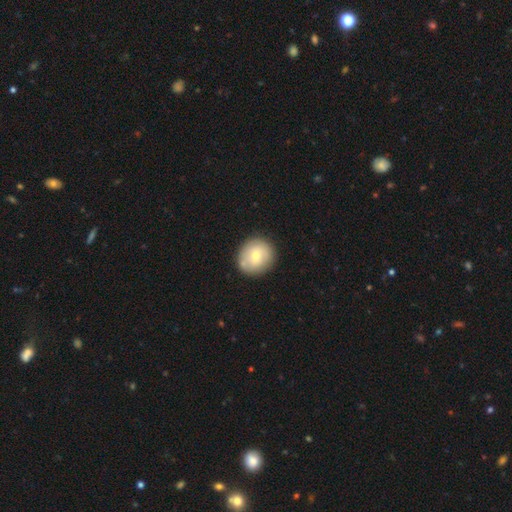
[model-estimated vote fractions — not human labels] Smooth or featured? smooth (68%)
How rounded? round (85%)
Merging? none (78%)